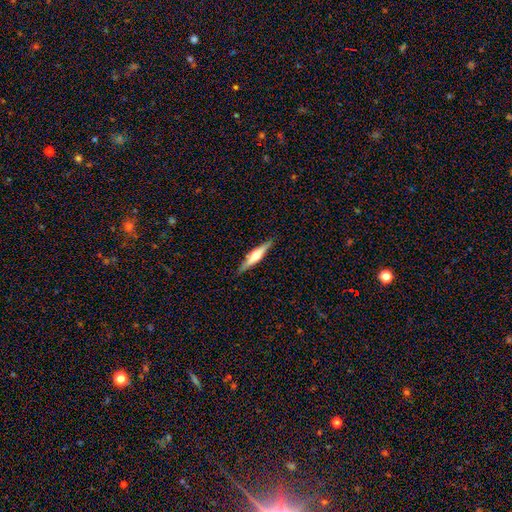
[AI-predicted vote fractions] smooth_or_featured: featured or disk (p=0.66) [alt: smooth p=0.29]
disk_edge_on: yes (p=0.97) [alt: no p=0.03]
edge_on_bulge: rounded (p=0.88) [alt: boxy p=0.08]
merging: none (p=0.90) [alt: minor disturbance p=0.08]